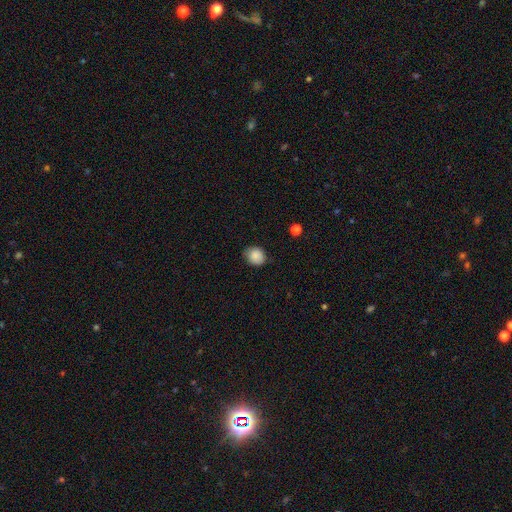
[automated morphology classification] Q: Smooth or featured?
A: smooth (86%); runner-up: star or artifact (9%)
Q: How rounded?
A: round (70%); runner-up: in between (29%)
Q: Merging?
A: none (75%); runner-up: minor disturbance (21%)